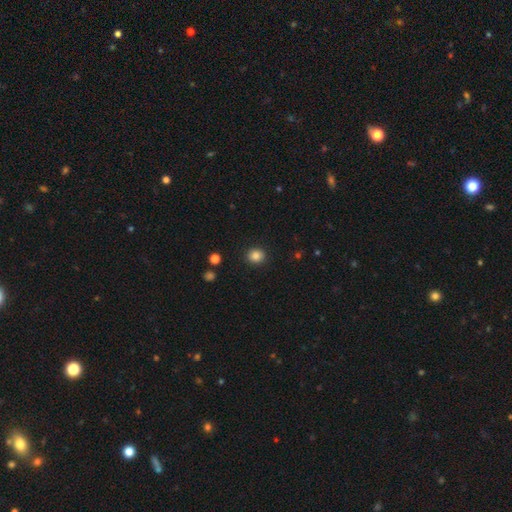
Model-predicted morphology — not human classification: Smooth or featured? smooth (85%)
How rounded? round (82%)
Merging? none (91%)